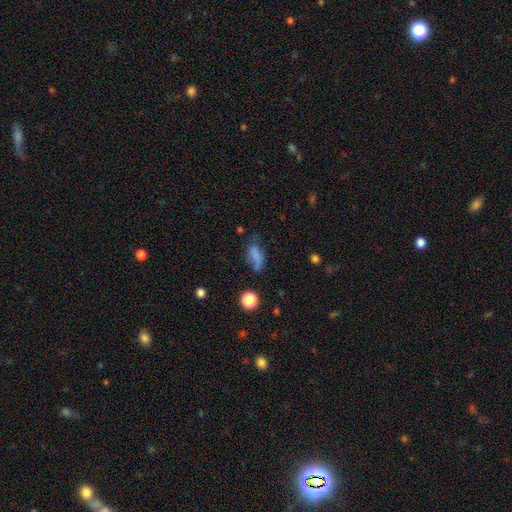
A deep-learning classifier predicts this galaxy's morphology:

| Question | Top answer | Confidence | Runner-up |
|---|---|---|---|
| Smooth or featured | smooth | 73% | featured or disk (13%) |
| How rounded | in between | 78% | cigar-shaped (15%) |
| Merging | none | 44% | minor disturbance (30%) |